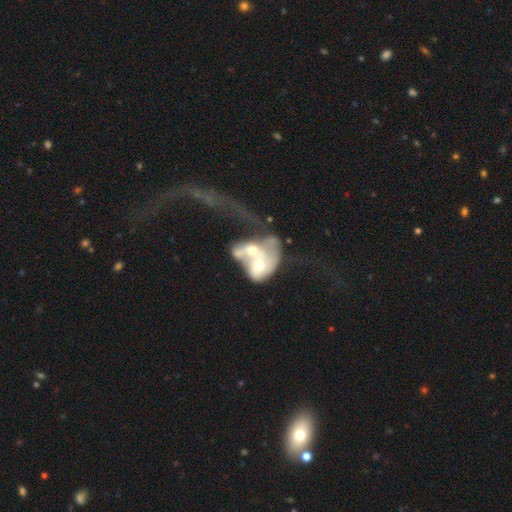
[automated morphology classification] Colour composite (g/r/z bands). It shows a featured or disk galaxy (65%) with no bar (79%), no spiral arms (63%) and a moderate central bulge (65%). Merging: merger (75%).